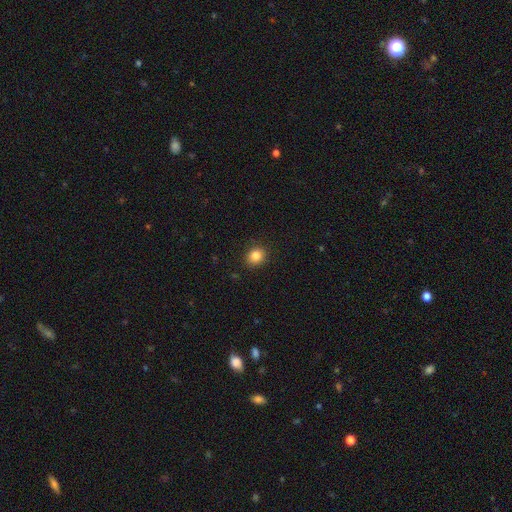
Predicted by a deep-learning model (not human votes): This appears to be a smooth galaxy with no disk features (85%) that is round (73%). Merging: none (89%).